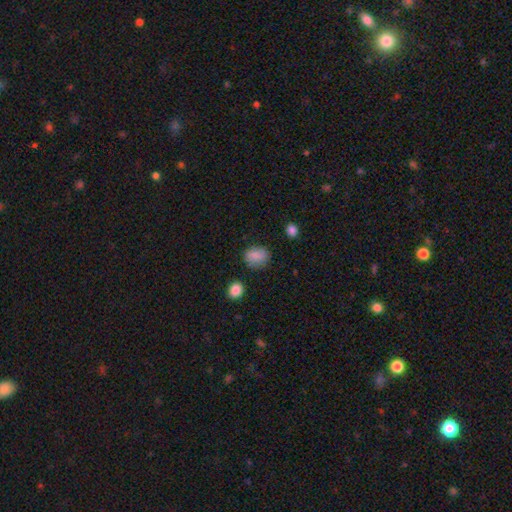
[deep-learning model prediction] Morphology: type=smooth (85%); roundness=round (59%); merging=none (77%).